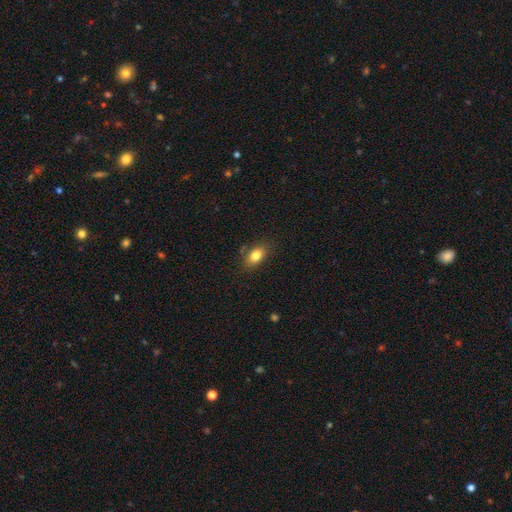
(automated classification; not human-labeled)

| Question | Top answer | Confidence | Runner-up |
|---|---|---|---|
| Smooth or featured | smooth | 82% | star or artifact (9%) |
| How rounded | in between | 84% | round (13%) |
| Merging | none | 79% | minor disturbance (15%) |